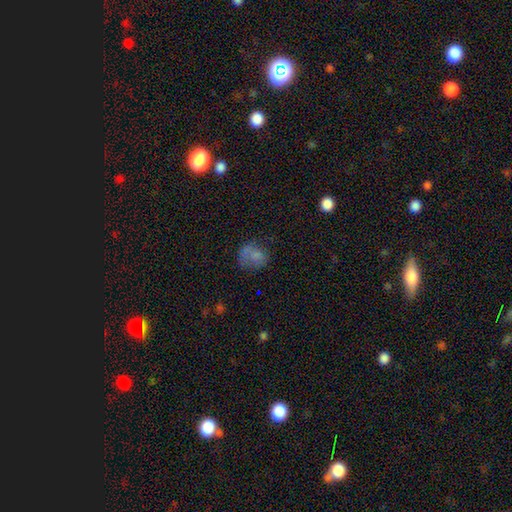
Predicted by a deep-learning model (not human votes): Smooth or featured? smooth (61%)
How rounded? round (58%)
Merging? none (47%)